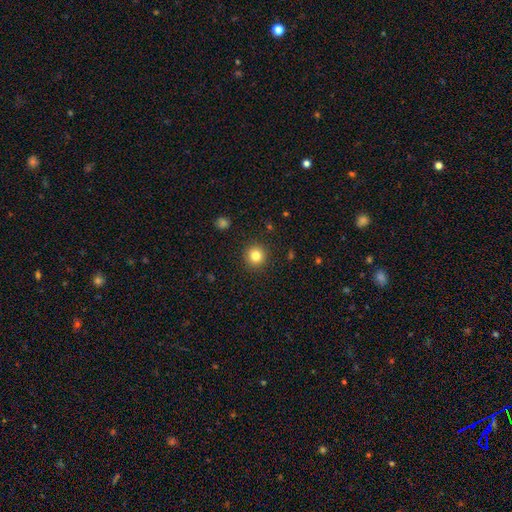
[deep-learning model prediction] Smooth or featured?
  - smooth: 82% *
  - star or artifact: 12%
  - featured or disk: 6%
How rounded?
  - round: 94% *
  - in between: 5%
  - cigar-shaped: 1%
Merging?
  - none: 92% *
  - minor disturbance: 5%
  - major disturbance: 2%
  - merger: 1%